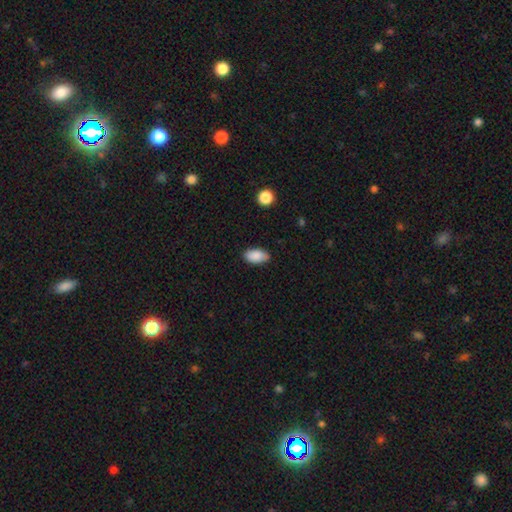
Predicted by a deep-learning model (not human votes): smooth-or-featured: smooth: 87% | star or artifact: 7% | featured or disk: 6%
  how-rounded: in between: 93% | round: 4% | cigar-shaped: 3%
  merging: none: 82% | minor disturbance: 14% | major disturbance: 2% | merger: 1%